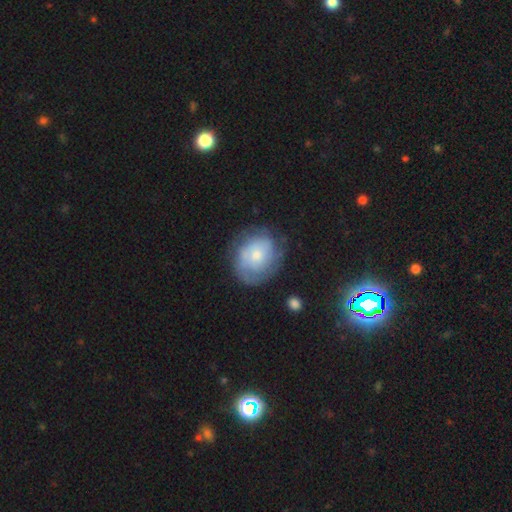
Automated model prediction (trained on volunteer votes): A featured or disk galaxy (55%) with no bar (80%), spiral arms (74%) and a small central bulge (51%).

Vote fractions:
- Smooth or featured? featured or disk: 55% / smooth: 37% / star or artifact: 8%
- Edge-on disk? no: 97% / yes: 3%
- Bar? no: 80% / weak: 17% / strong: 3%
- Spiral arms? yes: 74% / no: 26%
- Bulge size? small: 51% / moderate: 40% / large: 5% / none: 3% / dominant: 1%
- Merging? none: 66% / minor disturbance: 22% / major disturbance: 10% / merger: 2%